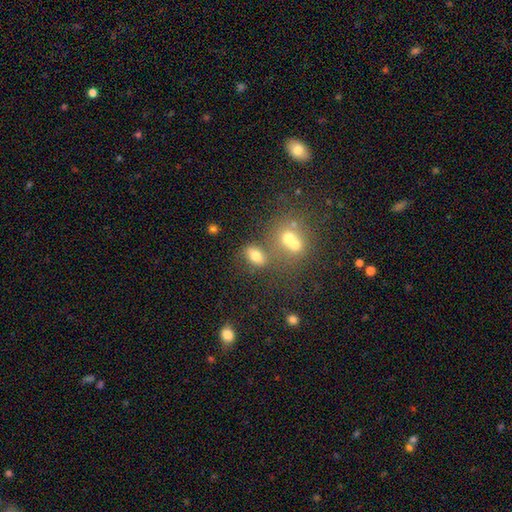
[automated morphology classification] This appears to be a smooth galaxy with no disk features (73%) that is in between round and cigar-shaped (81%). Merging: none (58%).